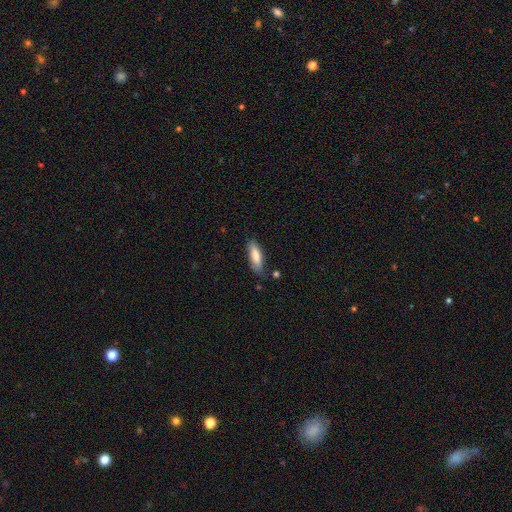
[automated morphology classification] This appears to be a smooth galaxy with no disk features (80%) that is cigar-shaped (51%). Merging: none (76%).